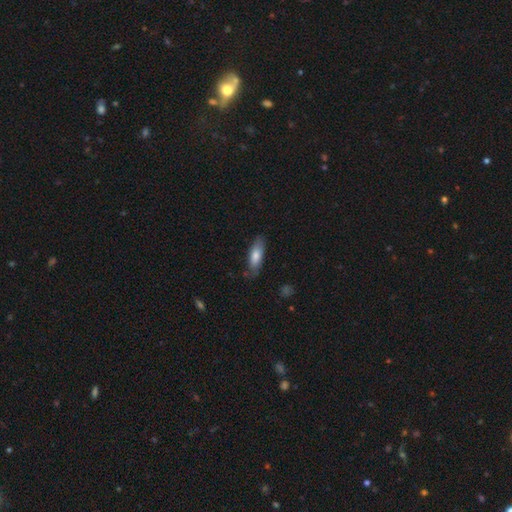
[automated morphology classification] Overall: smooth (75%). How rounded: in between (63%; cigar-shaped 36%). Merging: none (75%).